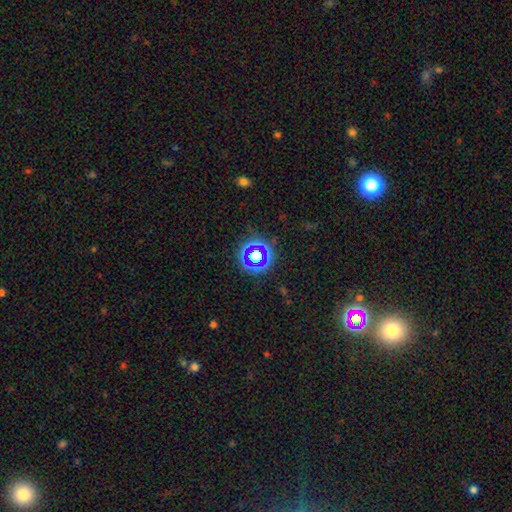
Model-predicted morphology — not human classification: Smooth or featured? Predicted: star or artifact (p=0.58).